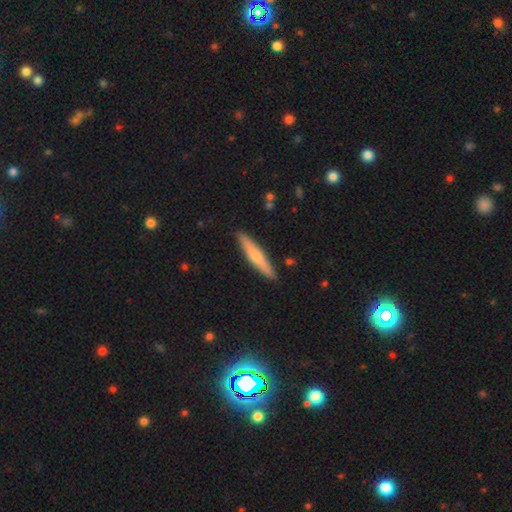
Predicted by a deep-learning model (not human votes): A smooth galaxy with no disk features (52%) that is cigar-shaped (91%). Merging: none (90%).